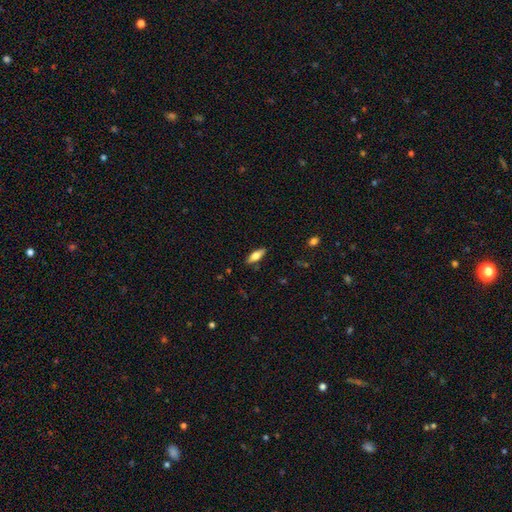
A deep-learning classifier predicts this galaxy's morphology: Smooth or featured? smooth (65%)
How rounded? in between (67%)
Merging? none (87%)